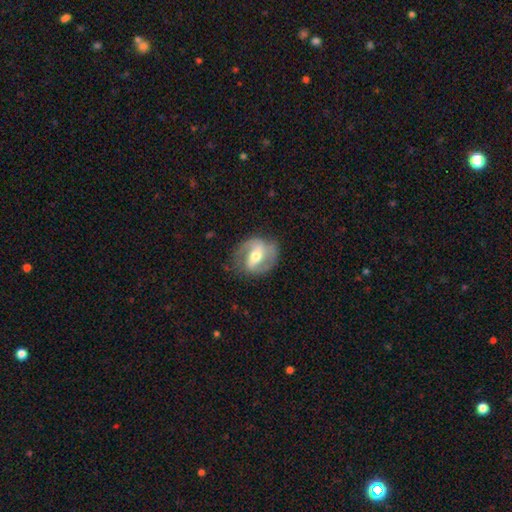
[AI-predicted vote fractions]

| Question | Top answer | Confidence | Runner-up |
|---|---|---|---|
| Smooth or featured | featured or disk | 77% | smooth (18%) |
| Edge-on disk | no | 96% | yes (4%) |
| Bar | strong | 41% | weak (39%) |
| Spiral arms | yes | 88% | no (12%) |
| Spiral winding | medium | 49% | tight (26%) |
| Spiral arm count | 2 | 86% | can't tell (6%) |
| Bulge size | moderate | 68% | small (23%) |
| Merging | none | 74% | minor disturbance (17%) |